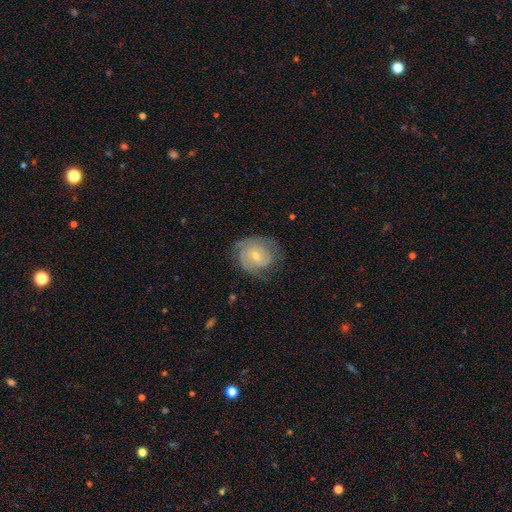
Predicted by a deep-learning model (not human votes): The model was most divided on "spiral arm count": 2: 41%, can't tell: 32%, 3: 14%, 1: 6%, 4: 4%, more than 4: 3%. More confident: edge-on disk — no (97%); spiral arms — yes (90%); smooth or featured — featured or disk (75%); merging — none (67%); spiral winding — tight (62%); bulge size — small (57%); bar — no (54%).